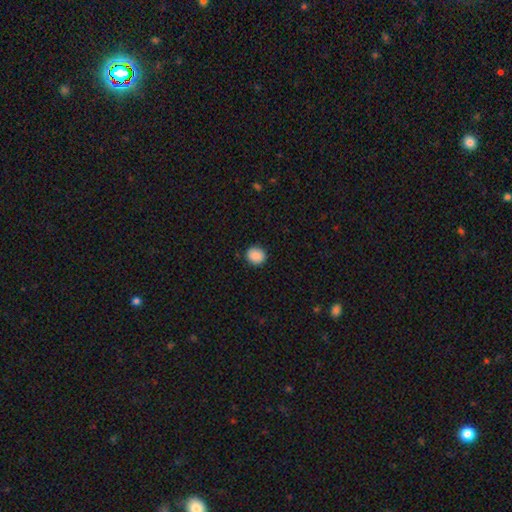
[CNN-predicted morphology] This is clearly a smooth galaxy (89%). How rounded: clearly round (81%). Merging: clearly none (90%).